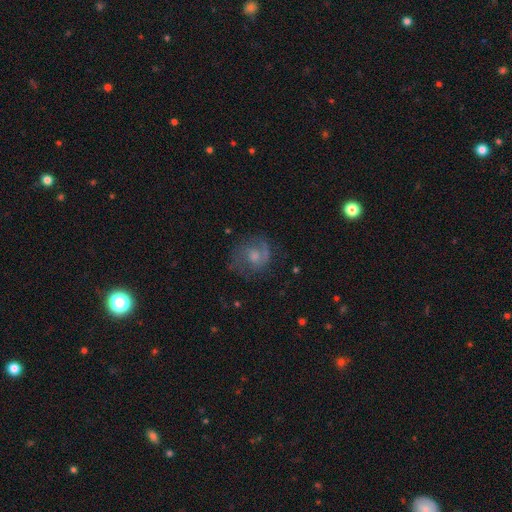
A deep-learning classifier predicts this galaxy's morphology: Smooth or featured? featured or disk (56%)
Edge-on disk? no (97%)
Bar? no (71%)
Spiral arms? yes (81%)
Bulge size? moderate (51%)
Merging? none (63%)